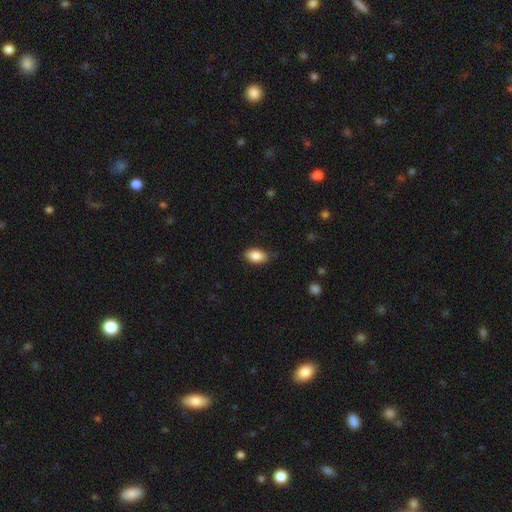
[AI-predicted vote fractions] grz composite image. It shows a smooth galaxy with no disk features (87%) that is in between round and cigar-shaped (90%). Merging: none (79%).